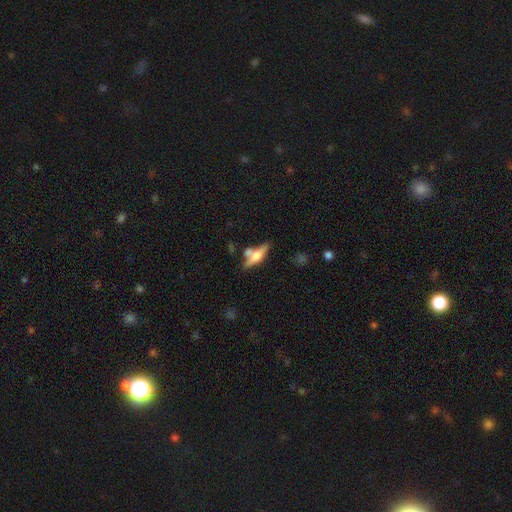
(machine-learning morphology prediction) Smooth or featured? featured or disk (57%)
Edge-on disk? yes (91%)
Edge-on bulge? rounded (91%)
Merging? none (57%)